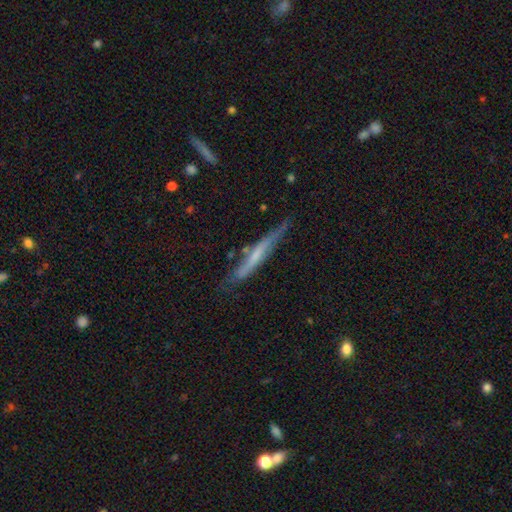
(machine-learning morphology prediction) Q: Smooth or featured?
A: featured or disk (54%); runner-up: smooth (39%)
Q: Edge-on disk?
A: yes (87%); runner-up: no (13%)
Q: Merging?
A: none (66%); runner-up: minor disturbance (25%)